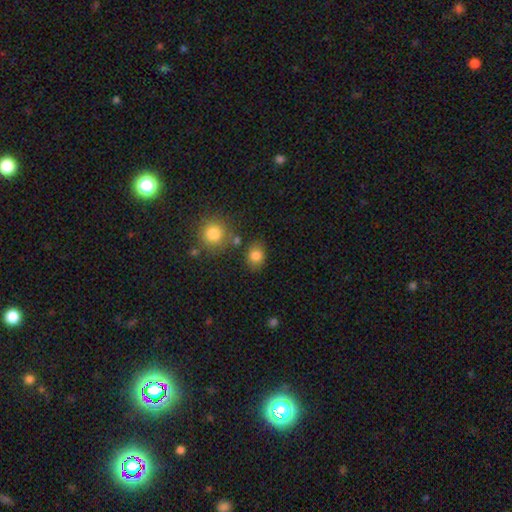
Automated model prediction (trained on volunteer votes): Smooth or featured: smooth — 83% (star or artifact — 11%)
How rounded: round — 59% (in between — 40%)
Merging: none — 76% (minor disturbance — 13%)